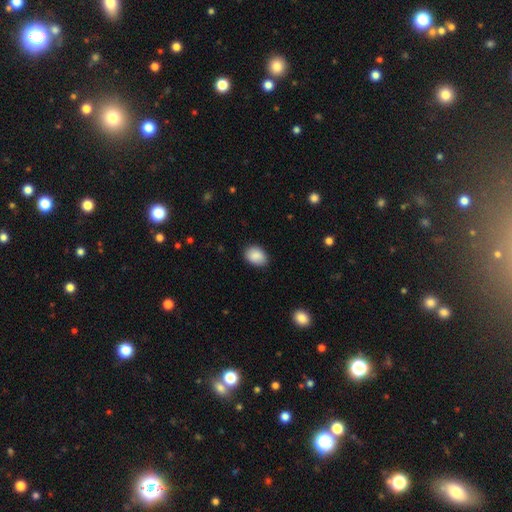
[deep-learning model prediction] Smooth or featured? smooth (89%)
How rounded? in between (78%)
Merging? none (83%)